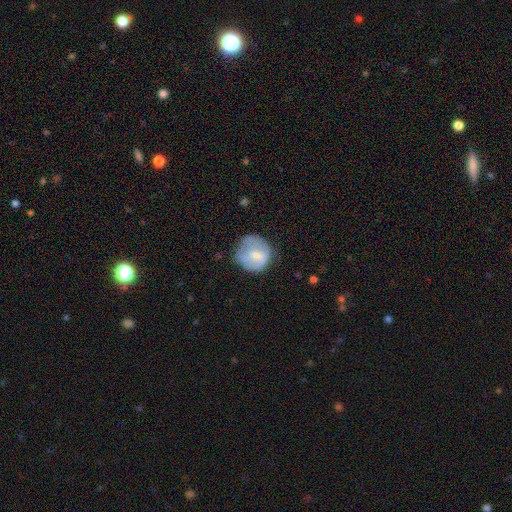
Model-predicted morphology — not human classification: Smooth or featured: smooth — 60% (featured or disk — 33%)
How rounded: round — 85% (in between — 14%)
Merging: none — 51% (minor disturbance — 31%)